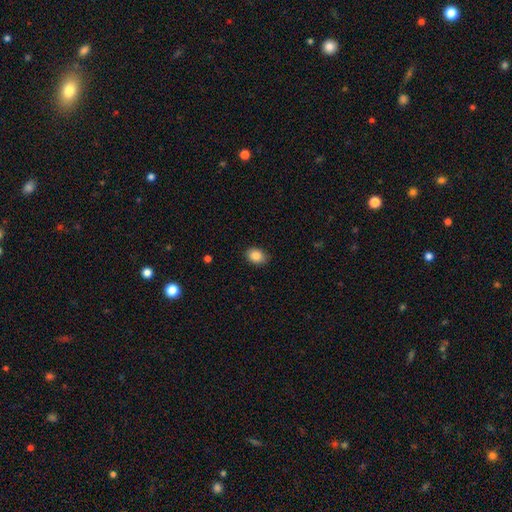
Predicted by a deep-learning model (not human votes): Morphology: type=smooth (87%); roundness=in between (71%); merging=none (84%).